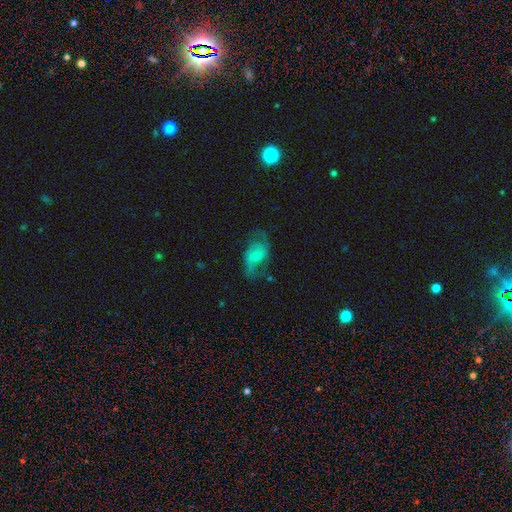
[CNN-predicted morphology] Smooth or featured? Predicted: featured or disk (p=0.59). Edge-on disk? Predicted: no (p=0.96). Bar? Predicted: no (p=0.56). Spiral arms? Predicted: yes (p=0.83). Bulge size? Predicted: small (p=0.52). Merging? Predicted: none (p=0.54).